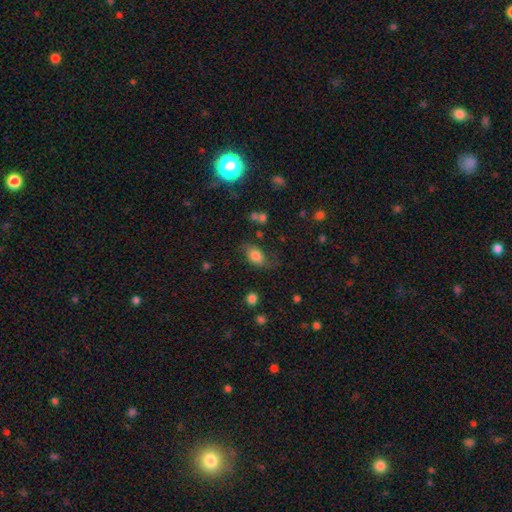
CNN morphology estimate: Smooth or featured? Predicted: smooth (p=0.71). How rounded? Predicted: in between (p=0.84). Merging? Predicted: none (p=0.61).